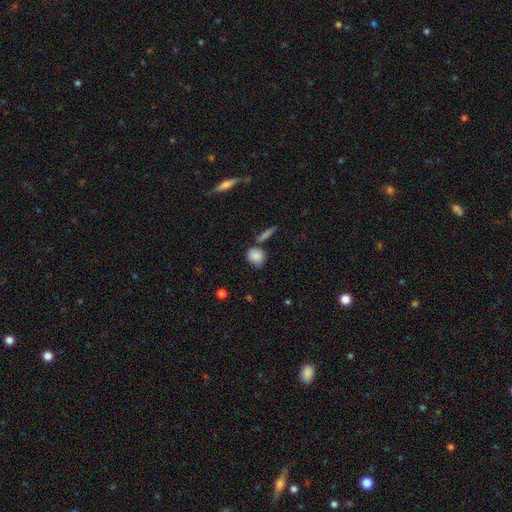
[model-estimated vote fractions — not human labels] Q: Smooth or featured?
A: smooth (85%); runner-up: star or artifact (8%)
Q: How rounded?
A: round (60%); runner-up: in between (37%)
Q: Merging?
A: none (64%); runner-up: minor disturbance (17%)